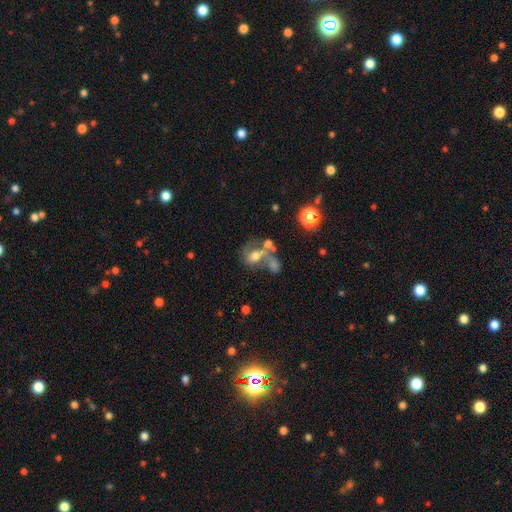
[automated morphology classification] type=featured or disk (46%); merging=merger (42%).